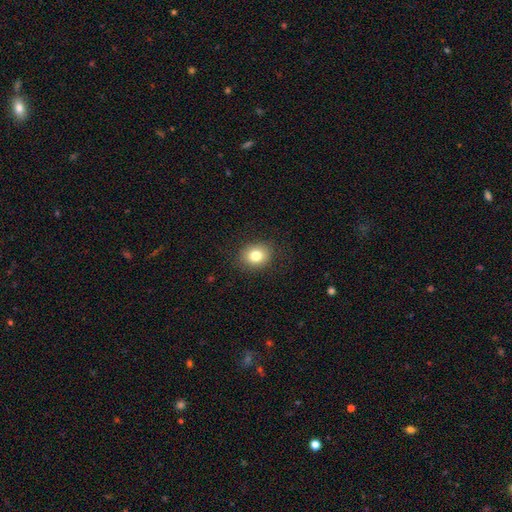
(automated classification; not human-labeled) A smooth galaxy with no disk features (81%) that is round (61%).

Vote fractions:
- Smooth or featured? smooth: 81% / star or artifact: 11% / featured or disk: 9%
- How rounded? round: 61% / in between: 38% / cigar-shaped: 1%
- Merging? none: 87% / minor disturbance: 9% / major disturbance: 3% / merger: 1%